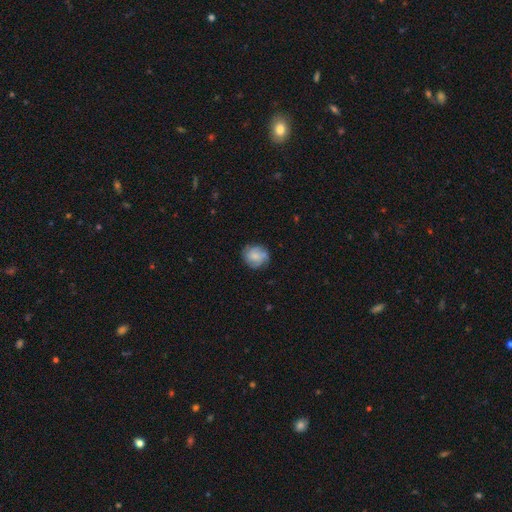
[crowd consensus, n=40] Smooth or featured: smooth — 60% (featured or disk — 35%)
How rounded: round — 92% (in between — 8%)
Merging: none — 82% (minor disturbance — 11%)